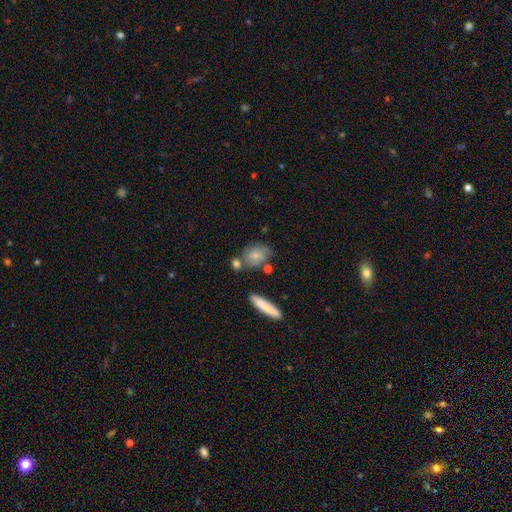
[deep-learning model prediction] smooth 63%, featured or disk 30%, star or artifact 8%. Down the decision tree: how rounded — in between (65%); merging — none (58%).